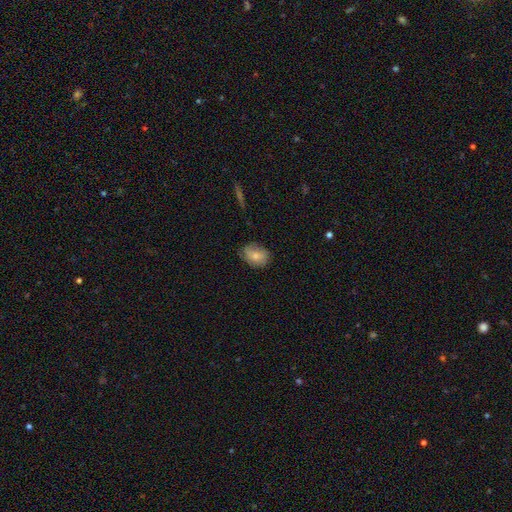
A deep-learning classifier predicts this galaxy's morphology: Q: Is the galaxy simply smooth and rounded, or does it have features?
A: smooth — 73%.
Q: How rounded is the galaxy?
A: in between — 69%.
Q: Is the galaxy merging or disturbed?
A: none — 70%.